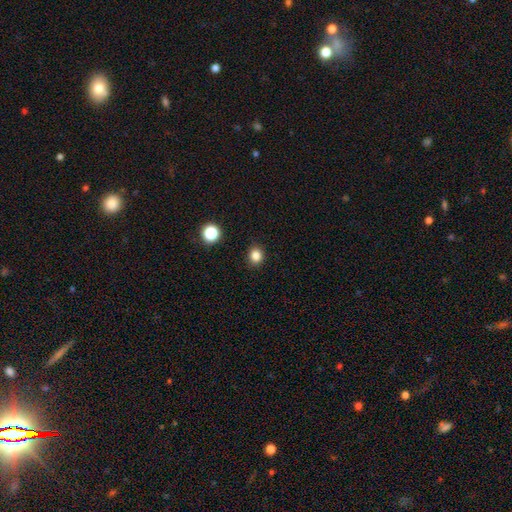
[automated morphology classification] The model was most divided on "how rounded": round: 77%, in between: 22%, cigar-shaped: 1%. More confident: merging — none (90%); smooth or featured — smooth (83%).